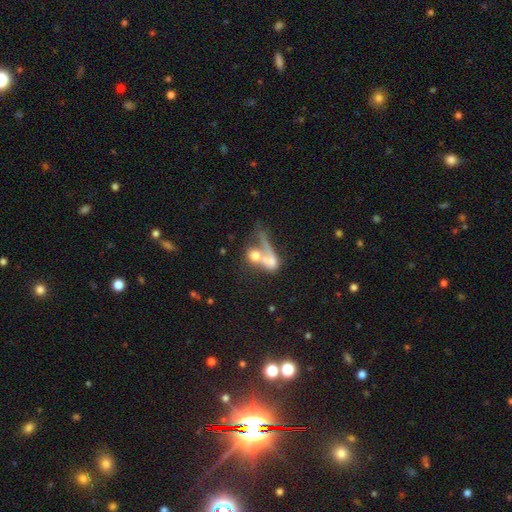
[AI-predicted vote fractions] Smooth or featured? smooth (52%)
How rounded? in between (49%)
Merging? merger (63%)